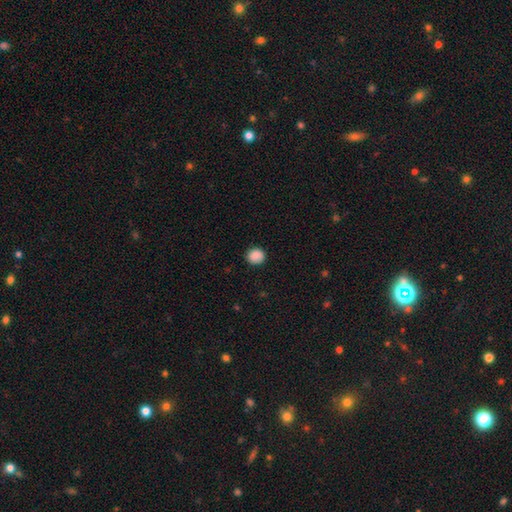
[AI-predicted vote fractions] Smooth or featured?
  - smooth: 88% *
  - star or artifact: 9%
  - featured or disk: 3%
How rounded?
  - round: 87% *
  - in between: 13%
  - cigar-shaped: 1%
Merging?
  - none: 90% *
  - minor disturbance: 7%
  - major disturbance: 2%
  - merger: 1%